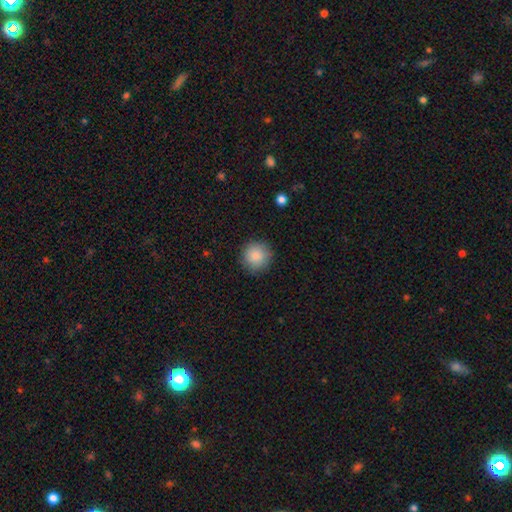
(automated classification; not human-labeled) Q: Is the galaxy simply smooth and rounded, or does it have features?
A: smooth — 88%.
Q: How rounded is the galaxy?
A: round — 95%.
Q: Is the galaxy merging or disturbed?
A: none — 89%.